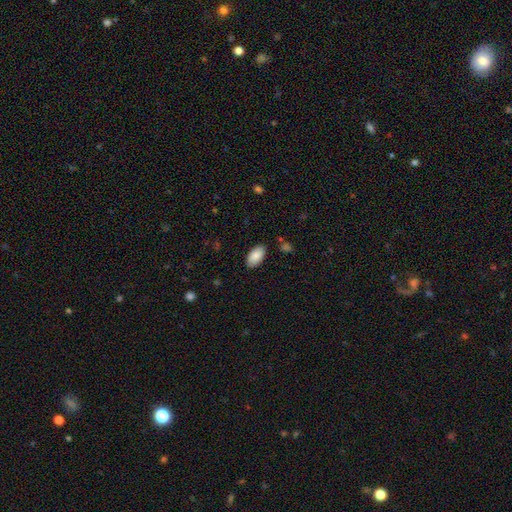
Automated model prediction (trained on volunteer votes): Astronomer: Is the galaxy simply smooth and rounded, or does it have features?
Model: smooth — 87%.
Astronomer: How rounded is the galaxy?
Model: in between — 95%.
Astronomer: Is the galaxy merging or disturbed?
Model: none — 86%.